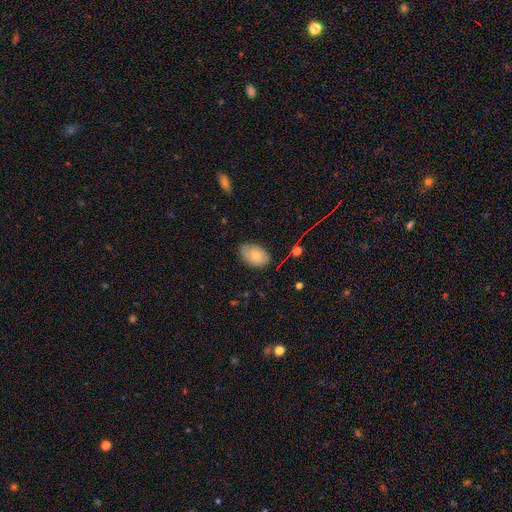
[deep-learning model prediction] A smooth galaxy with no disk features (72%) that is in between round and cigar-shaped (90%). Merging: none (74%).